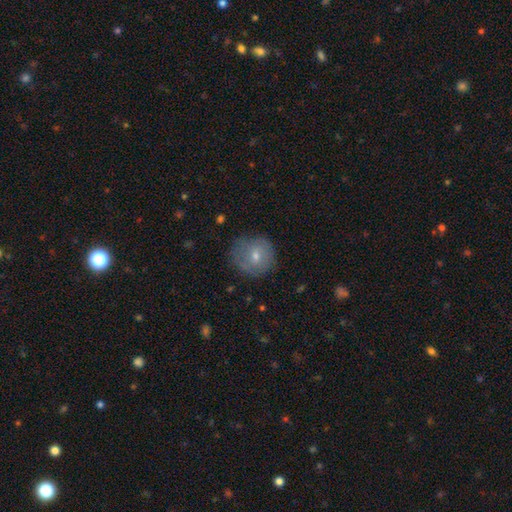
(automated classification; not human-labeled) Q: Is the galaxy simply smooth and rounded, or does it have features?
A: smooth — 60%.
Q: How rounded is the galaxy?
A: round — 88%.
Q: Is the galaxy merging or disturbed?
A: none — 74%.